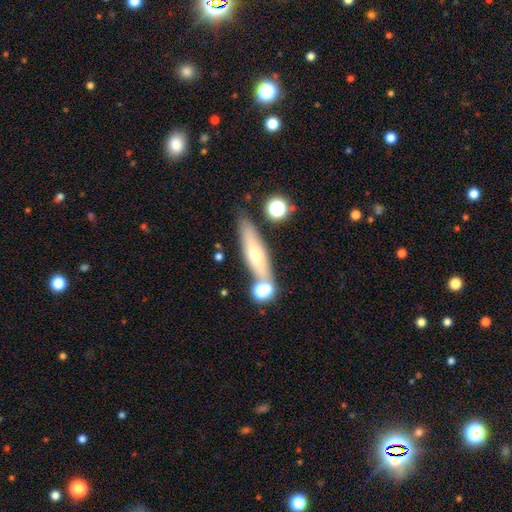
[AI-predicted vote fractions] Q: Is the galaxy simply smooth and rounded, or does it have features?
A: smooth — 54%.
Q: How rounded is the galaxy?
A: cigar-shaped — 69%.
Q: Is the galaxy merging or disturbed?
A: none — 71%.